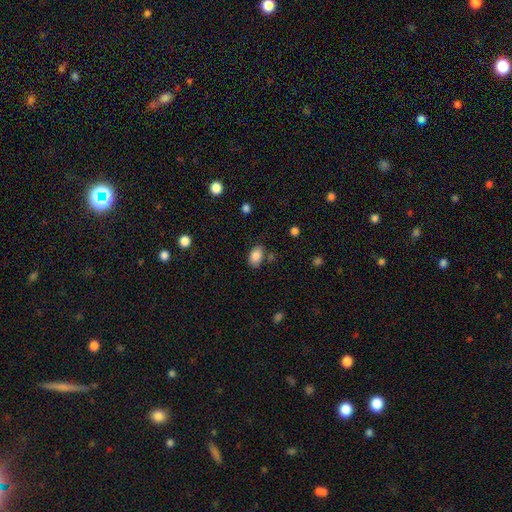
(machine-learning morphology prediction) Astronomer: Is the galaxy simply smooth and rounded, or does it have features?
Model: smooth — 86%.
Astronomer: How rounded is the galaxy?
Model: in between — 86%.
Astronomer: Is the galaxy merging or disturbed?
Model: none — 74%.